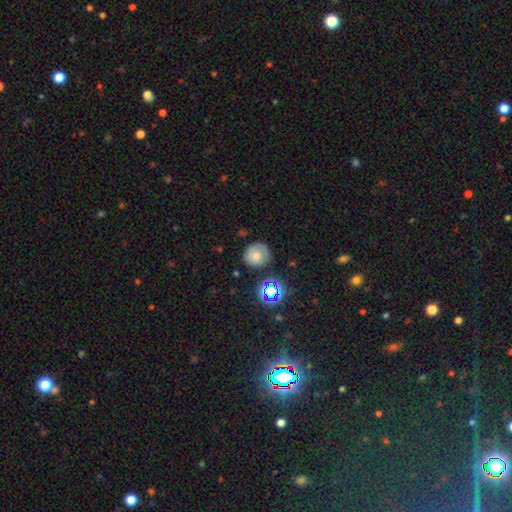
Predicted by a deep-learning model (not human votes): Smooth or featured? Predicted: smooth (p=0.68). How rounded? Predicted: round (p=0.87). Merging? Predicted: none (p=0.72).